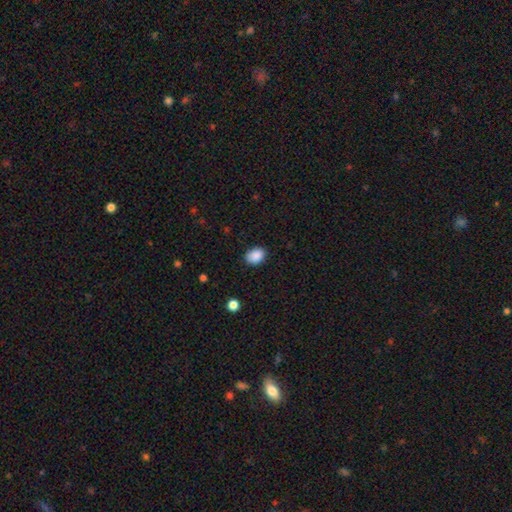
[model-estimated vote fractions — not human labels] Smooth or featured?
  - smooth: 89% *
  - star or artifact: 8%
  - featured or disk: 3%
How rounded?
  - in between: 73% *
  - round: 26%
  - cigar-shaped: 1%
Merging?
  - none: 85% *
  - minor disturbance: 12%
  - major disturbance: 3%
  - merger: 1%